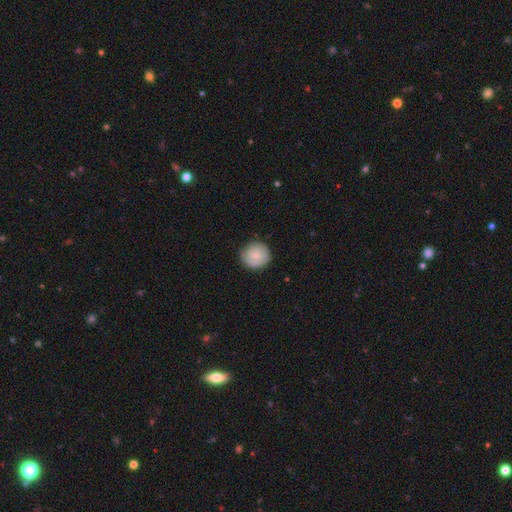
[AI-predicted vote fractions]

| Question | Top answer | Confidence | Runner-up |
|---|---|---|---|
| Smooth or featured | smooth | 74% | featured or disk (19%) |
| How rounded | round | 93% | in between (6%) |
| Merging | none | 84% | minor disturbance (12%) |